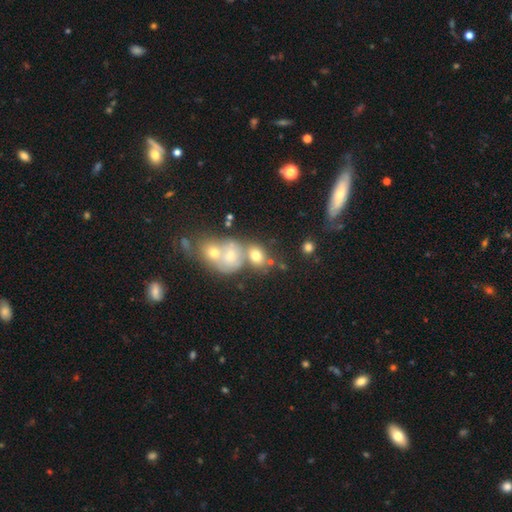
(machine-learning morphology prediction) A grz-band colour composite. It shows a smooth galaxy with no disk features (69%) that is round (54%). Merging: merger (45%).